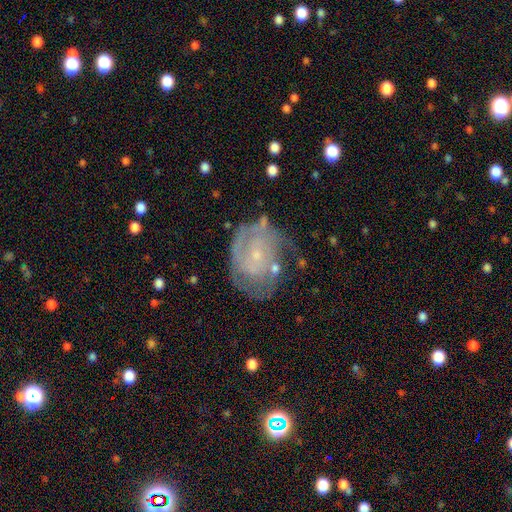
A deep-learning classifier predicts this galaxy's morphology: Smooth or featured? featured or disk (73%)
Edge-on disk? no (97%)
Bar? no (73%)
Spiral arms? yes (77%)
Spiral winding? tight (60%)
Spiral arm count? can't tell (49%)
Bulge size? small (78%)
Merging? none (53%)